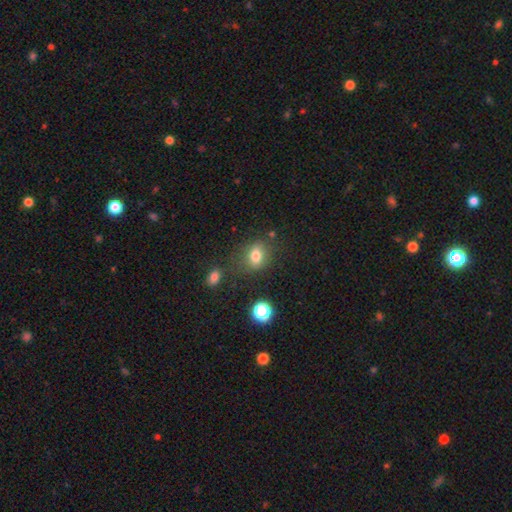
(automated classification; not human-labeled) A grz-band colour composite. It shows a smooth galaxy with no disk features (76%) that is in between round and cigar-shaped (63%). Merging: none (71%).